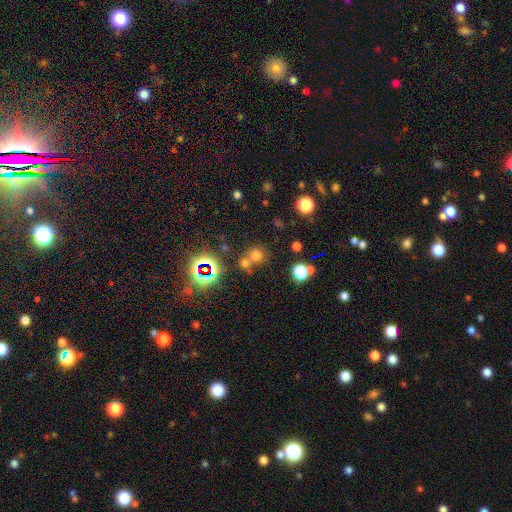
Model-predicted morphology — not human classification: The model was most divided on "smooth or featured": smooth: 60%, star or artifact: 31%, featured or disk: 9%. More confident: how rounded — round (88%); merging — none (60%).